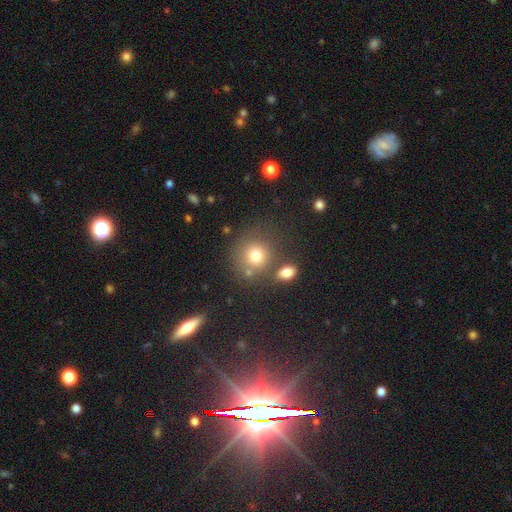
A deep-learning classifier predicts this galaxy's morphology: Smooth or featured? smooth (75%)
How rounded? round (85%)
Merging? none (66%)